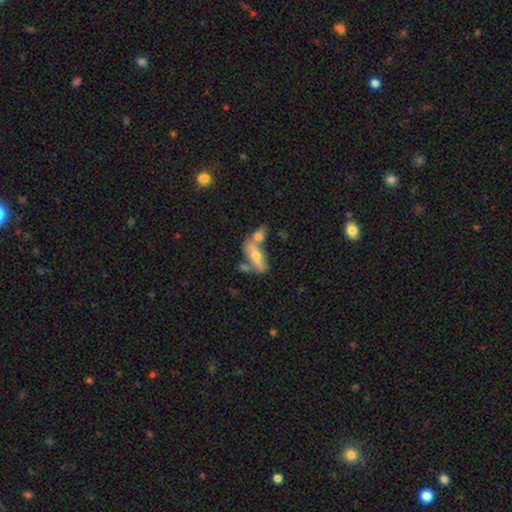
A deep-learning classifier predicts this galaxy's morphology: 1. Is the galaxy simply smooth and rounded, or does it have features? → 50% featured or disk, 42% smooth, 8% star or artifact.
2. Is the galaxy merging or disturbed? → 44% merger, 36% none, 12% minor disturbance, 7% major disturbance.